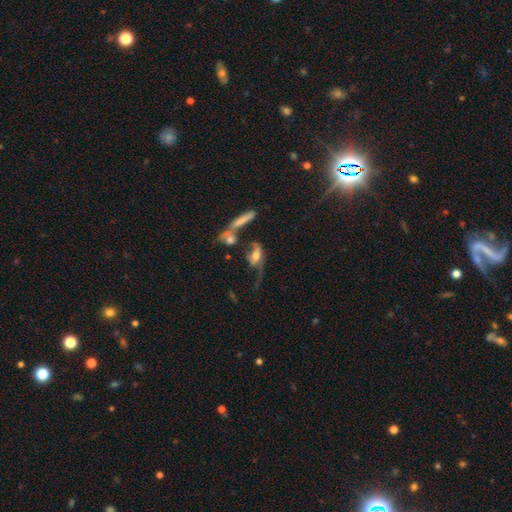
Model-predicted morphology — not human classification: Overall: featured or disk (55%; smooth 35%). Edge-on disk: no (76%). Merging: major disturbance (36%; merger 28%).